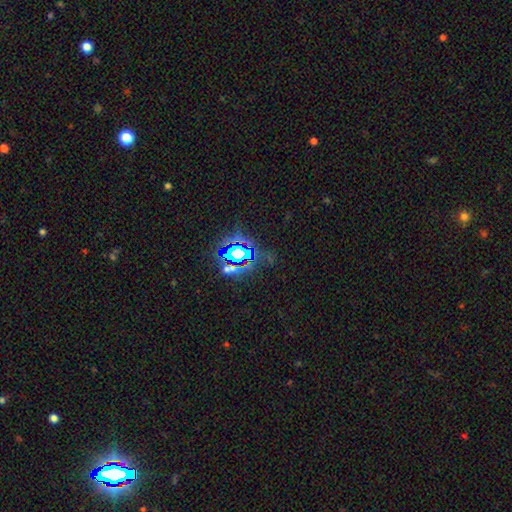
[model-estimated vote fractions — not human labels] Smooth or featured? Predicted: star or artifact (p=0.80).